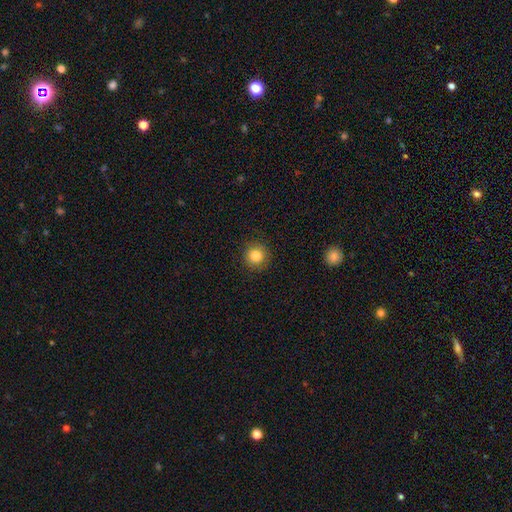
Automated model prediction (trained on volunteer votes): Smooth or featured? smooth (84%)
How rounded? round (94%)
Merging? none (91%)